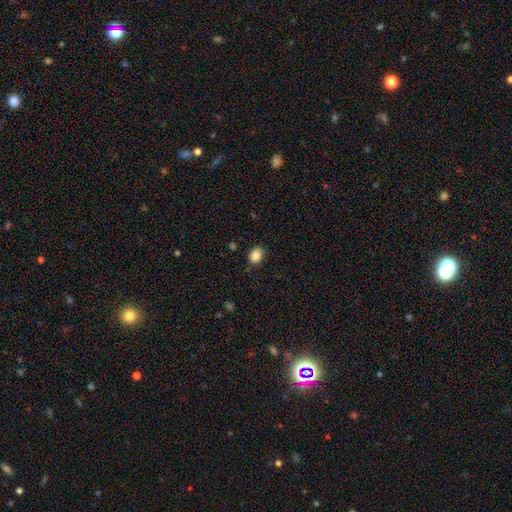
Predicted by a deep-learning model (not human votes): Overall: smooth (87%). How rounded: in between (66%; round 33%). Merging: none (86%).